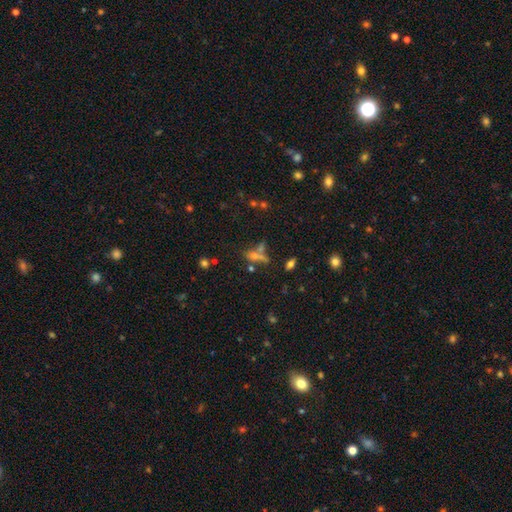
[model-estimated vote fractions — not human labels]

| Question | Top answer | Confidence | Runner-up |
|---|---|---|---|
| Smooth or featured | smooth | 49% | star or artifact (27%) |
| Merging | none | 42% | merger (37%) |